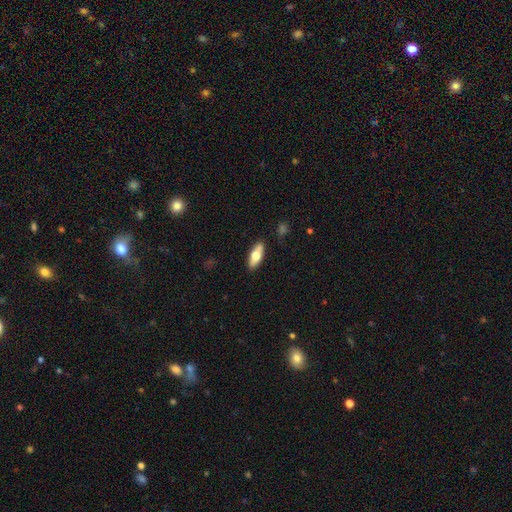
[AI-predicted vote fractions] A smooth galaxy with no disk features (65%) that is in between round and cigar-shaped (71%).

Vote fractions:
- Smooth or featured? smooth: 65% / featured or disk: 29% / star or artifact: 6%
- How rounded? in between: 71% / cigar-shaped: 27% / round: 3%
- Merging? none: 88% / minor disturbance: 9% / major disturbance: 2% / merger: 1%